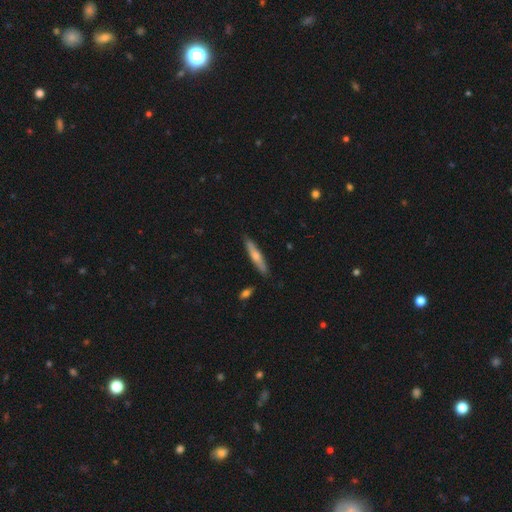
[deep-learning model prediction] Smooth or featured? Predicted: smooth (p=0.56). How rounded? Predicted: cigar-shaped (p=0.88). Merging? Predicted: none (p=0.86).